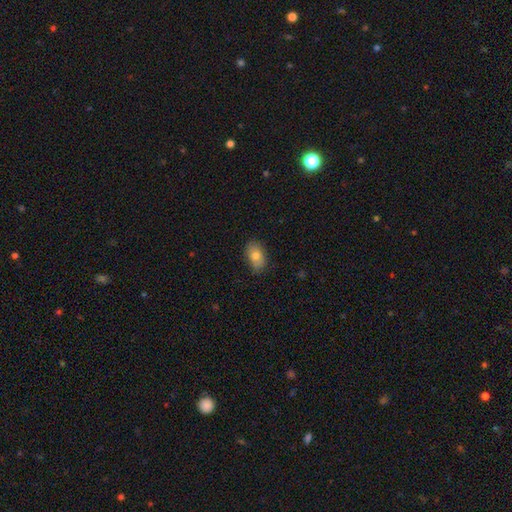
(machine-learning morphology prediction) smooth 80%, featured or disk 13%, star or artifact 8%. Down the decision tree: how rounded — in between (90%); merging — none (82%).